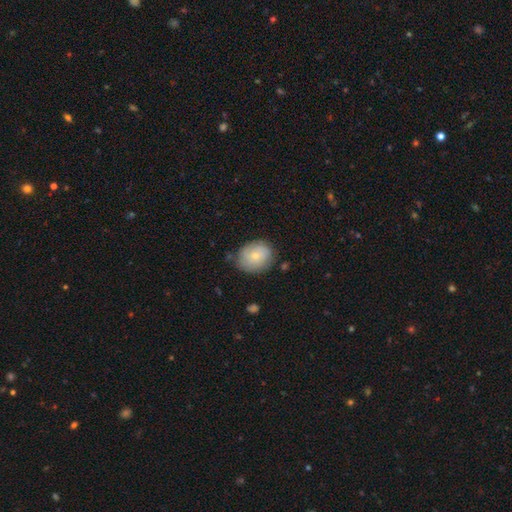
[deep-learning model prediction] Smooth or featured?
  - smooth: 60% *
  - featured or disk: 33%
  - star or artifact: 8%
How rounded?
  - round: 57% *
  - in between: 42%
  - cigar-shaped: 1%
Merging?
  - none: 76% *
  - minor disturbance: 18%
  - major disturbance: 5%
  - merger: 2%